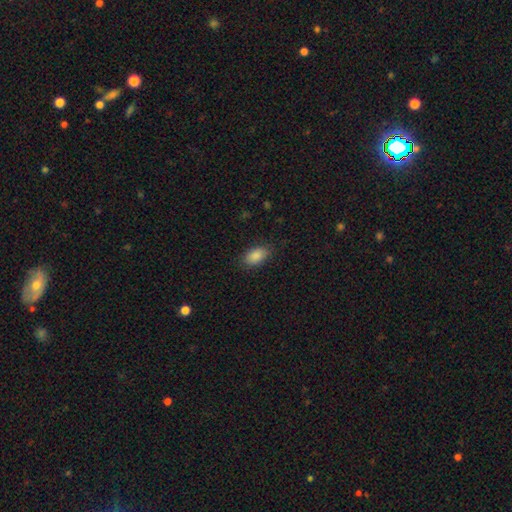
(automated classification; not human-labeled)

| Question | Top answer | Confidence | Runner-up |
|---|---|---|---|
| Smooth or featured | smooth | 88% | star or artifact (8%) |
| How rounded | in between | 92% | round (6%) |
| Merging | none | 84% | minor disturbance (12%) |